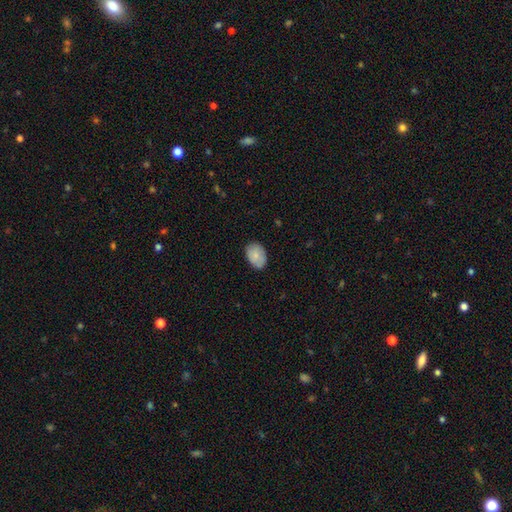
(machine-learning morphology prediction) Q: Smooth or featured?
A: smooth (82%); runner-up: featured or disk (12%)
Q: How rounded?
A: in between (83%); runner-up: round (16%)
Q: Merging?
A: none (79%); runner-up: minor disturbance (17%)